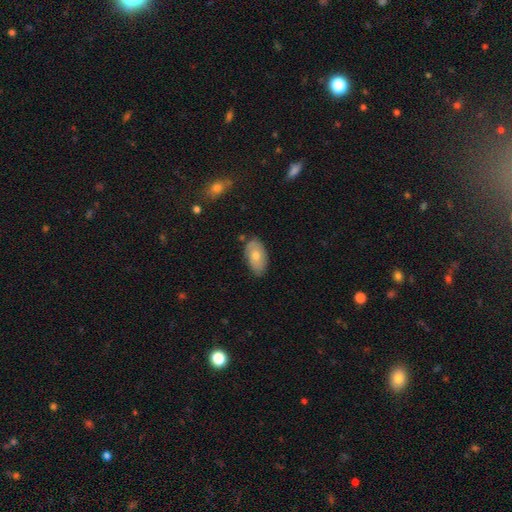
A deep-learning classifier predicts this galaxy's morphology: Smooth or featured? smooth (70%)
How rounded? in between (94%)
Merging? none (76%)